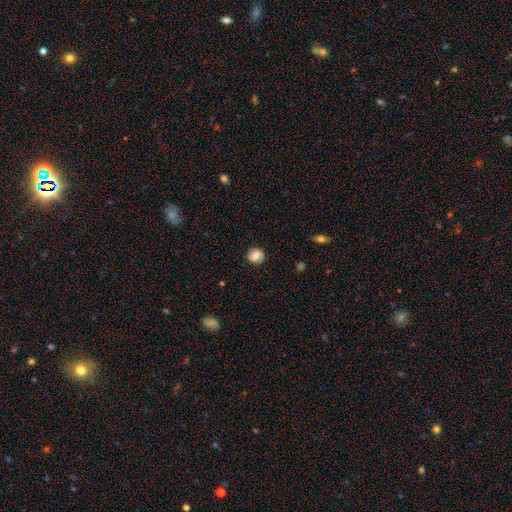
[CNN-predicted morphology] Smooth or featured? Predicted: smooth (p=0.60). How rounded? Predicted: round (p=0.80). Merging? Predicted: none (p=0.84).